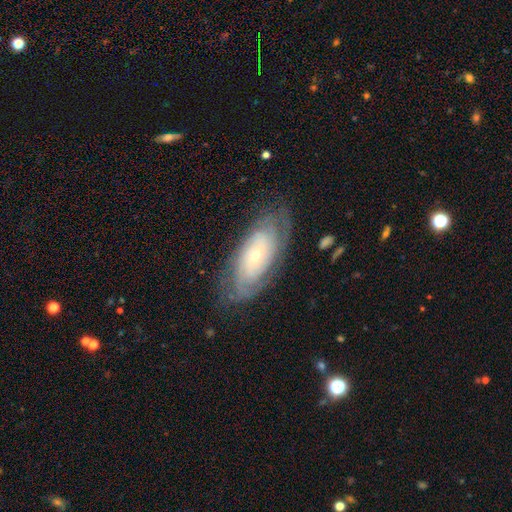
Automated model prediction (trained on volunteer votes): Q: Smooth or featured?
A: featured or disk (76%); runner-up: smooth (18%)
Q: Edge-on disk?
A: no (91%); runner-up: yes (9%)
Q: Bar?
A: no (79%); runner-up: weak (16%)
Q: Spiral arms?
A: yes (88%); runner-up: no (12%)
Q: Spiral winding?
A: tight (75%); runner-up: medium (19%)
Q: Spiral arm count?
A: can't tell (54%); runner-up: 2 (20%)
Q: Bulge size?
A: small (69%); runner-up: moderate (28%)
Q: Merging?
A: none (75%); runner-up: minor disturbance (17%)